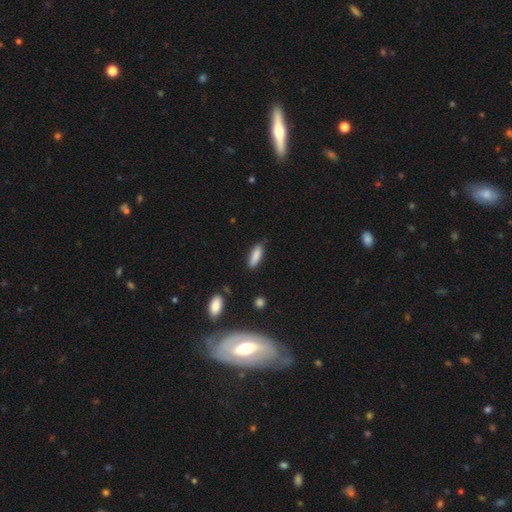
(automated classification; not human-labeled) Smooth or featured? smooth (86%)
How rounded? in between (52%)
Merging? none (80%)